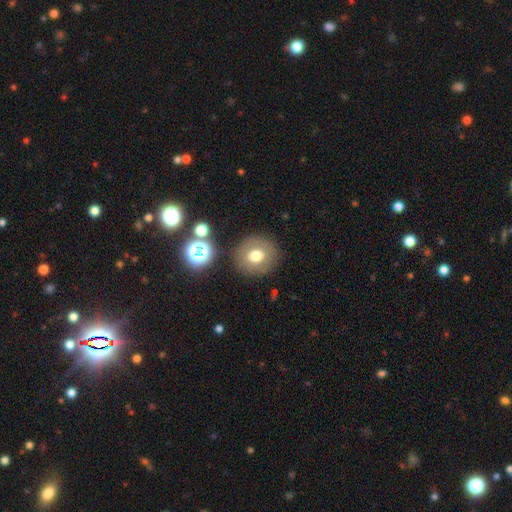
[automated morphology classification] Smooth or featured? Predicted: smooth (p=0.70). How rounded? Predicted: round (p=0.87). Merging? Predicted: none (p=0.83).